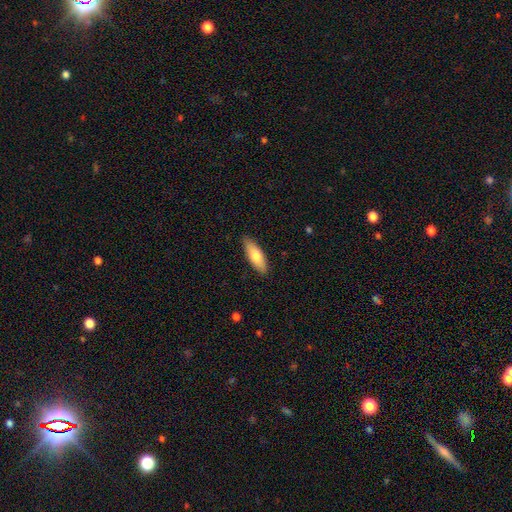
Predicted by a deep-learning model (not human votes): The model was most divided on "how rounded": in between: 63%, cigar-shaped: 35%, round: 2%. More confident: merging — none (88%); smooth or featured — smooth (76%).